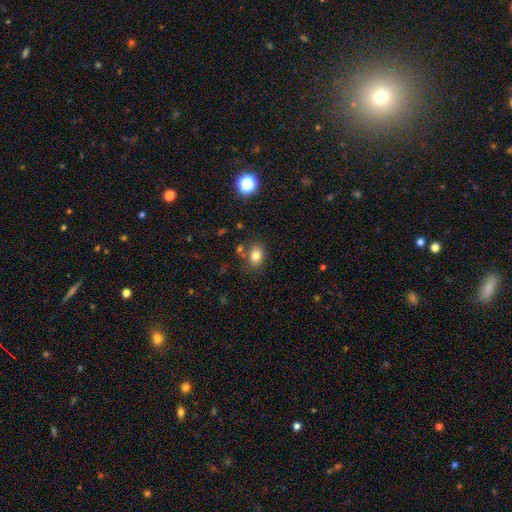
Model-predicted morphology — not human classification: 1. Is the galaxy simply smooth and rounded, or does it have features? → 80% smooth, 12% star or artifact, 9% featured or disk.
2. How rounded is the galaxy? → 66% in between, 33% round, 1% cigar-shaped.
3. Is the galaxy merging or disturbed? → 75% none, 13% minor disturbance, 8% merger, 4% major disturbance.